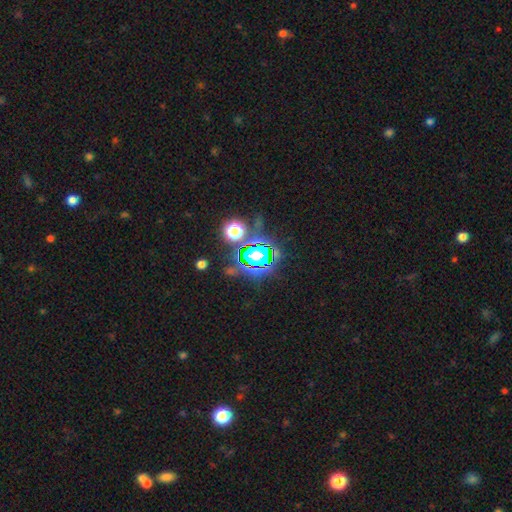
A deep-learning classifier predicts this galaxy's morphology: A star or artifact, not a galaxy (66%).